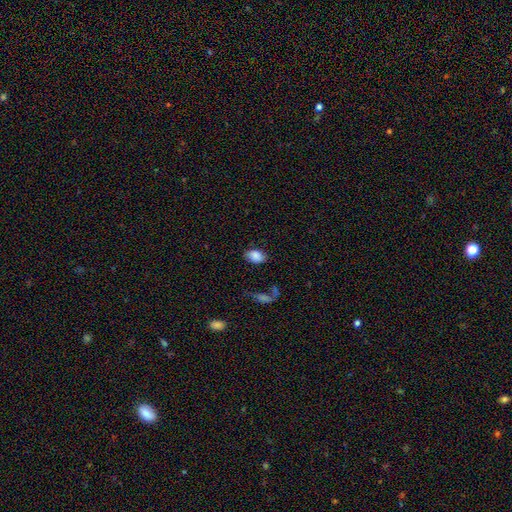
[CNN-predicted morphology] Overall: smooth (85%). How rounded: in between (87%). Merging: none (74%).